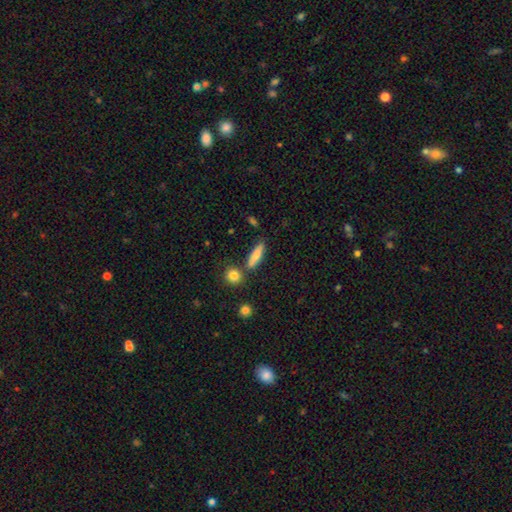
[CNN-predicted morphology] type=smooth (77%); roundness=cigar-shaped (66%); merging=none (73%).